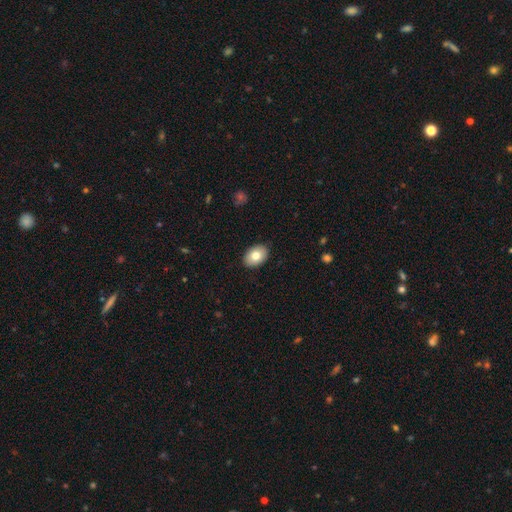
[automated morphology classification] The model was most divided on "smooth or featured": smooth: 79%, featured or disk: 14%, star or artifact: 7%. More confident: merging — none (89%); how rounded — in between (85%).